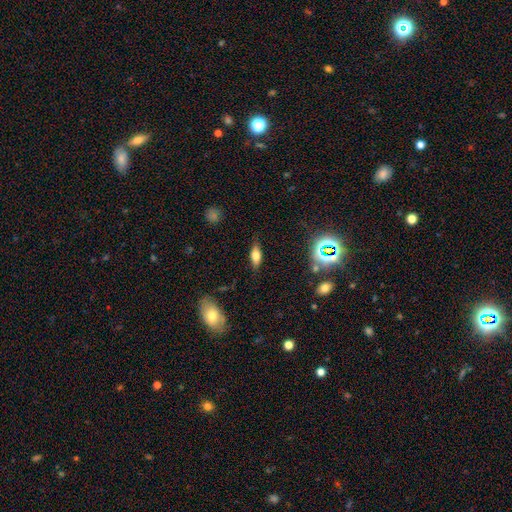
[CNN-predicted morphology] smooth-or-featured: smooth: 69% | featured or disk: 20% | star or artifact: 11%
  how-rounded: in between: 75% | cigar-shaped: 21% | round: 4%
  merging: none: 82% | minor disturbance: 13% | major disturbance: 3% | merger: 2%